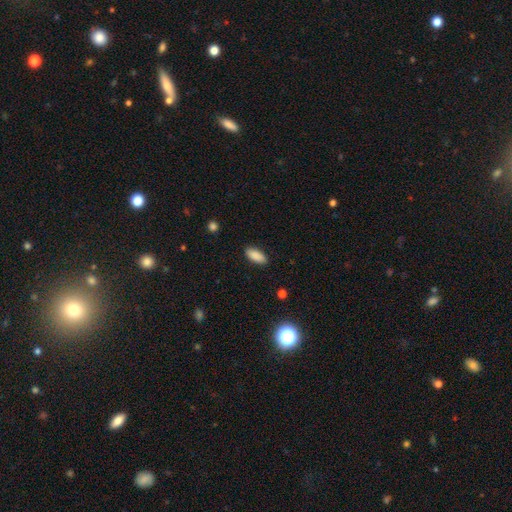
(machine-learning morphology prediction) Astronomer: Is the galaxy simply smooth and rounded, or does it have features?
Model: smooth — 89%.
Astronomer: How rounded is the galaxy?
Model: in between — 84%.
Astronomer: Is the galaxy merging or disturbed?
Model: none — 89%.